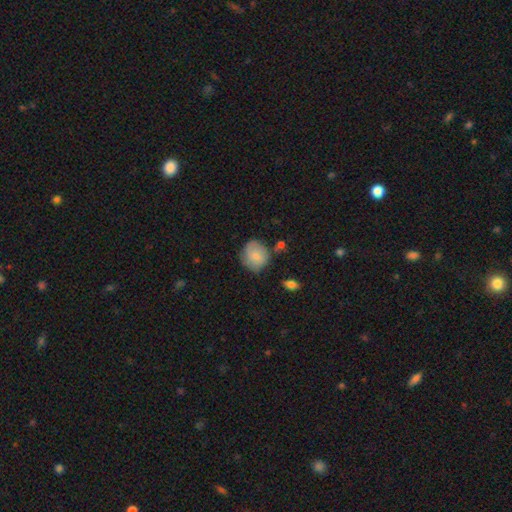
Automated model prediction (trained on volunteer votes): smooth_or_featured: smooth (p=0.78) [alt: featured or disk p=0.14]
how_rounded: round (p=0.79) [alt: in between p=0.20]
merging: none (p=0.70) [alt: minor disturbance p=0.22]